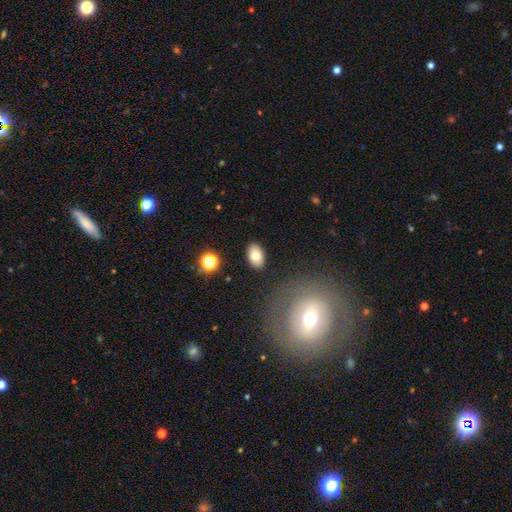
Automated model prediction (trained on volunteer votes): This appears to be a smooth galaxy with no disk features (79%) that is in between round and cigar-shaped (89%). Merging: none (86%).